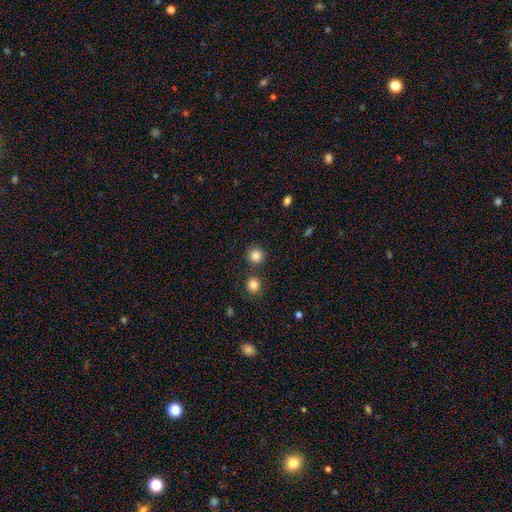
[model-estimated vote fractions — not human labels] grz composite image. It shows a smooth galaxy with no disk features (84%) that is round (93%). Merging: none (85%).